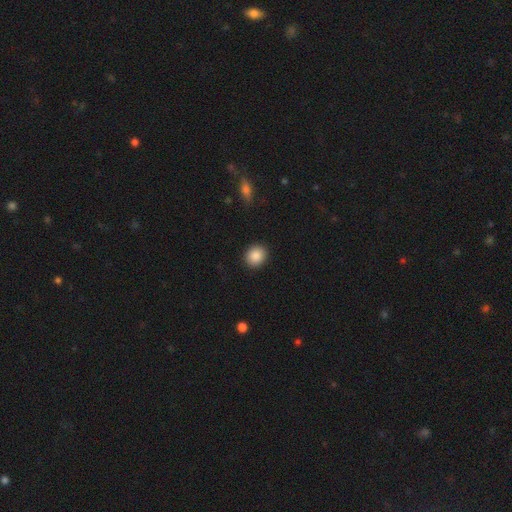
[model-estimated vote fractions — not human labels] smooth_or_featured: smooth (p=0.88) [alt: star or artifact p=0.08]
how_rounded: round (p=0.72) [alt: in between p=0.27]
merging: none (p=0.91) [alt: minor disturbance p=0.06]